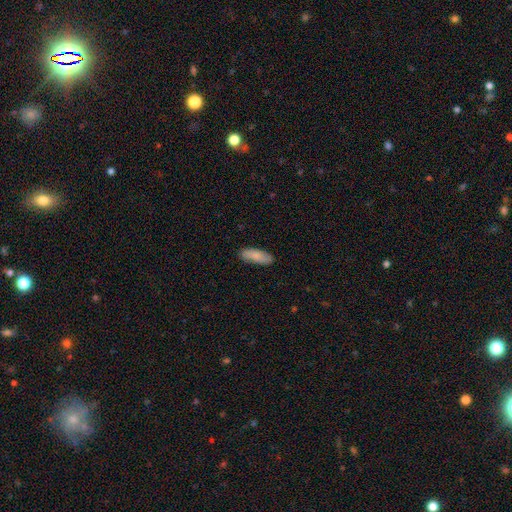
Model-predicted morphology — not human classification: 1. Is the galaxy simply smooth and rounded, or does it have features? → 82% smooth, 12% featured or disk, 6% star or artifact.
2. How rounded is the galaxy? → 66% in between, 33% cigar-shaped, 2% round.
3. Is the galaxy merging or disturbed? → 85% none, 11% minor disturbance, 2% major disturbance, 1% merger.